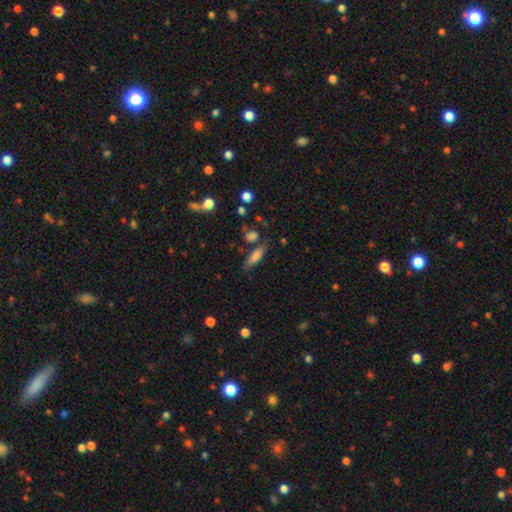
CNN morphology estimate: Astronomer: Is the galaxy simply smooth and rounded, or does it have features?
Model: smooth — 75%.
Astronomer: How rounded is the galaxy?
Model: cigar-shaped — 59% (runner-up: in between, 38%).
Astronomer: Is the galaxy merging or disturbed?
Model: none — 70%.